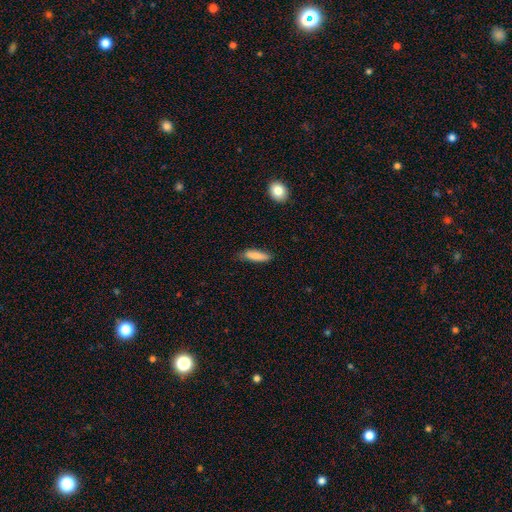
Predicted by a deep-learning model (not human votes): smooth 83%, featured or disk 11%, star or artifact 6%. Down the decision tree: how rounded — cigar-shaped (56%); merging — none (77%).